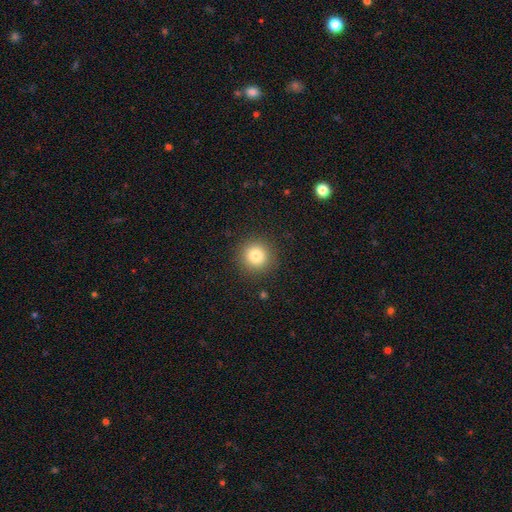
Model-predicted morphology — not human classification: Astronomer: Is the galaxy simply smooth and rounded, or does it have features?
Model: smooth — 81%.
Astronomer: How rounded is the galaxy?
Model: round — 94%.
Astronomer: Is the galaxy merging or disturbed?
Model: none — 90%.